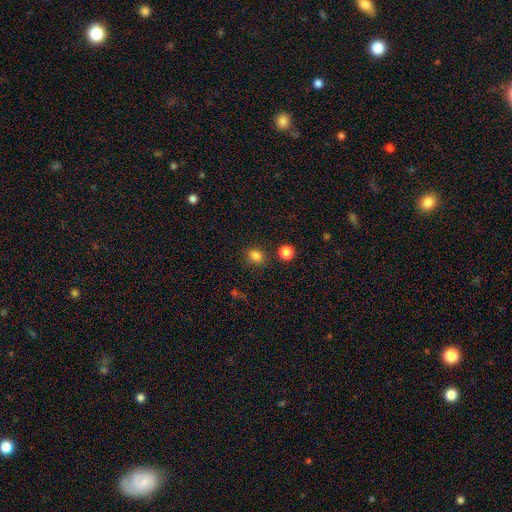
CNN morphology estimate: type=smooth (83%); roundness=round (57%); merging=none (77%).